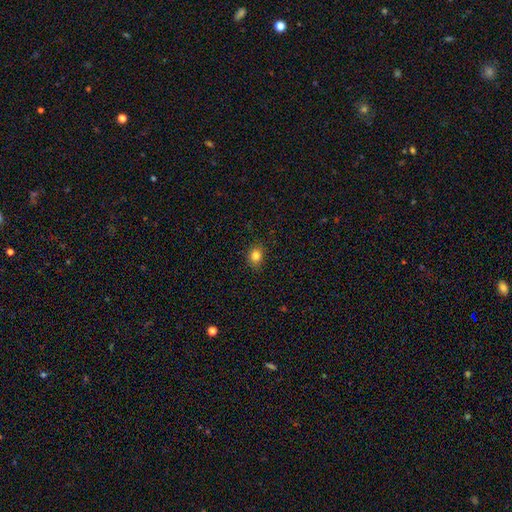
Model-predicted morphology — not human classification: Smooth or featured? Predicted: smooth (p=0.82). How rounded? Predicted: round (p=0.63). Merging? Predicted: none (p=0.87).